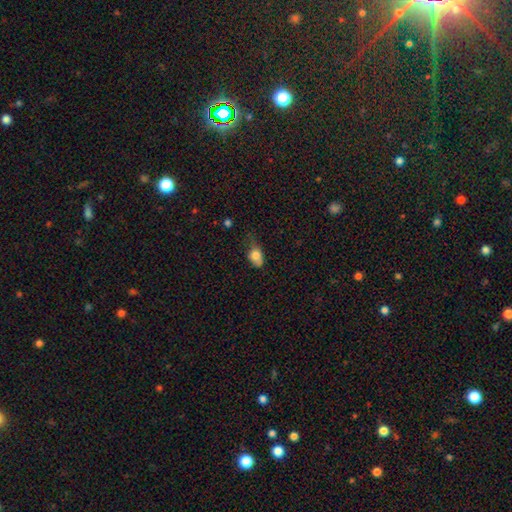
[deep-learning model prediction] Morphology: type=smooth (78%); roundness=in between (76%); merging=minor disturbance (43%).